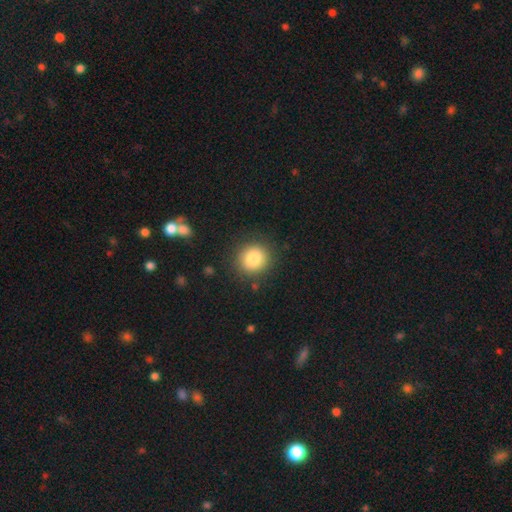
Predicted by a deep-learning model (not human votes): This appears to be a smooth galaxy with no disk features (83%) that is round (89%). Merging: none (87%).